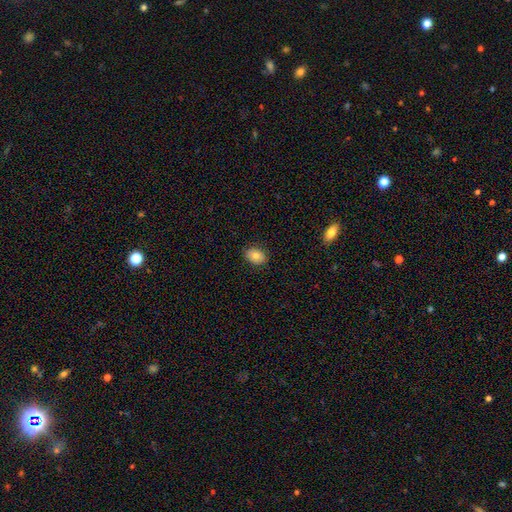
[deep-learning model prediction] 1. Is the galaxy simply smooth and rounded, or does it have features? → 77% smooth, 14% featured or disk, 8% star or artifact.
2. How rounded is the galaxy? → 65% in between, 34% round, 1% cigar-shaped.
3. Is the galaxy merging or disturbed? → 87% none, 10% minor disturbance, 2% major disturbance, 1% merger.